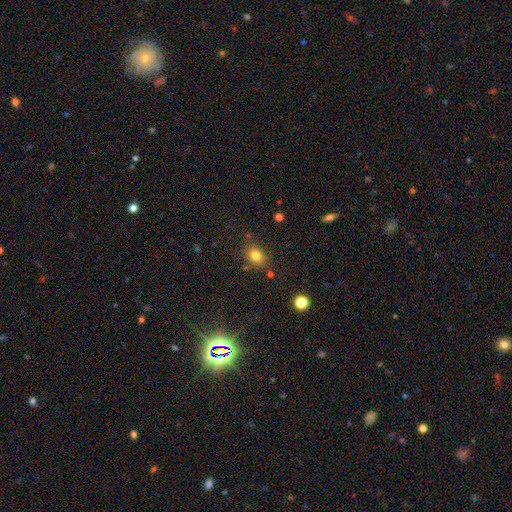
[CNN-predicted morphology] smooth_or_featured: smooth (p=0.79) [alt: star or artifact p=0.12]
how_rounded: in between (p=0.60) [alt: round p=0.39]
merging: none (p=0.79) [alt: minor disturbance p=0.13]